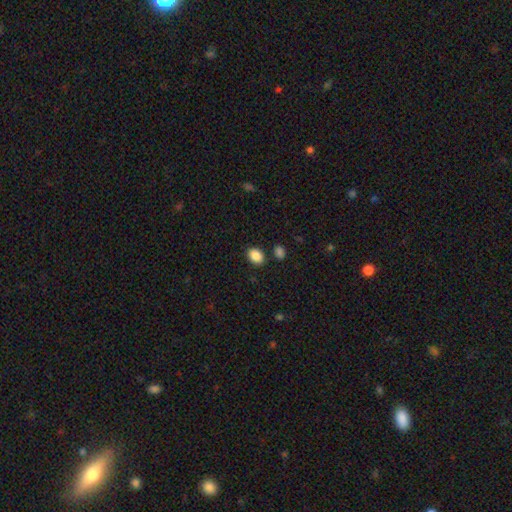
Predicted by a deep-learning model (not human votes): Overall: smooth (88%). How rounded: in between (70%). Merging: none (84%).